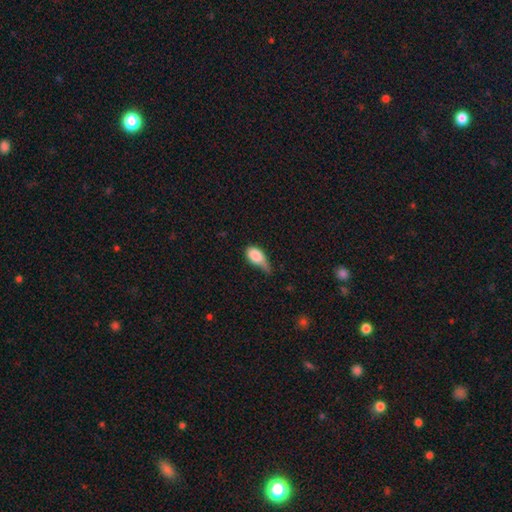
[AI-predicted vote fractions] smooth-or-featured: smooth: 83% | featured or disk: 10% | star or artifact: 7%
  how-rounded: in between: 85% | round: 10% | cigar-shaped: 5%
  merging: minor disturbance: 47% | major disturbance: 27% | none: 20% | merger: 5%